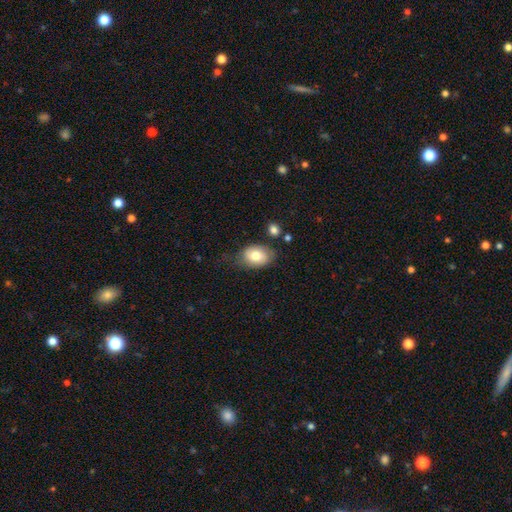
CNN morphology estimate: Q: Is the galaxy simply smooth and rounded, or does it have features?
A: smooth — 75%.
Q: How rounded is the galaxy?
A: in between — 78%.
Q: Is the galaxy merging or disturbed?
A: none — 62%.